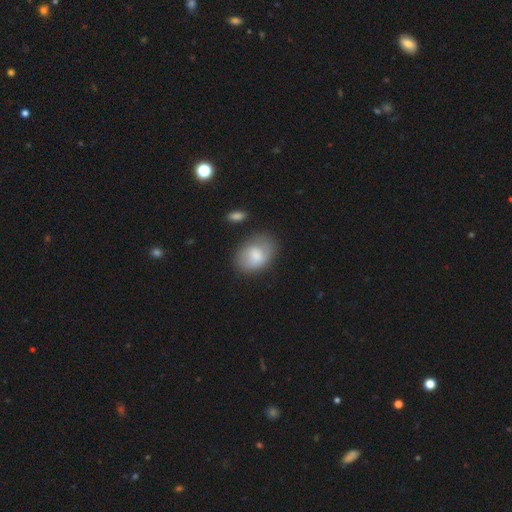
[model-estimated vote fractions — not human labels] Overall: smooth (75%). How rounded: in between (78%). Merging: none (63%; minor disturbance 24%).